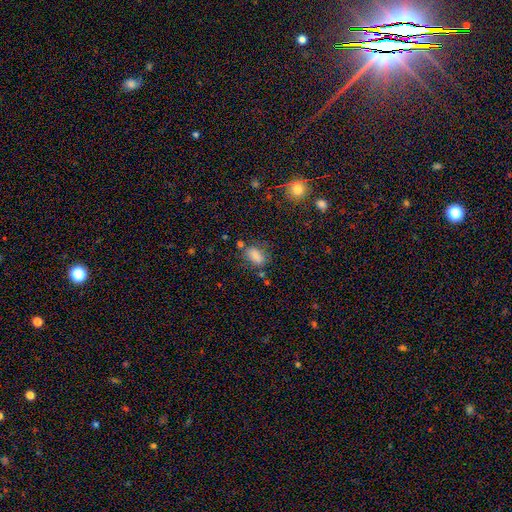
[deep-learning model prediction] smooth 81%, star or artifact 12%, featured or disk 8%. Down the decision tree: how rounded — in between (85%); merging — none (65%).